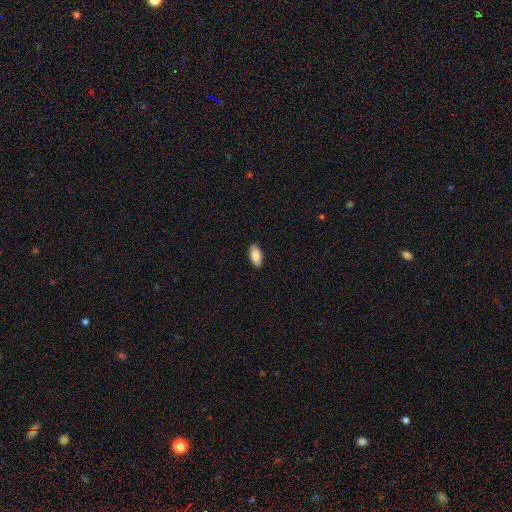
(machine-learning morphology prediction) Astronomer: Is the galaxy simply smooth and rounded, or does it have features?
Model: smooth — 89%.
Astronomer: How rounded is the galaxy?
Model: in between — 92%.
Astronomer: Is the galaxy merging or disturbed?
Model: none — 90%.